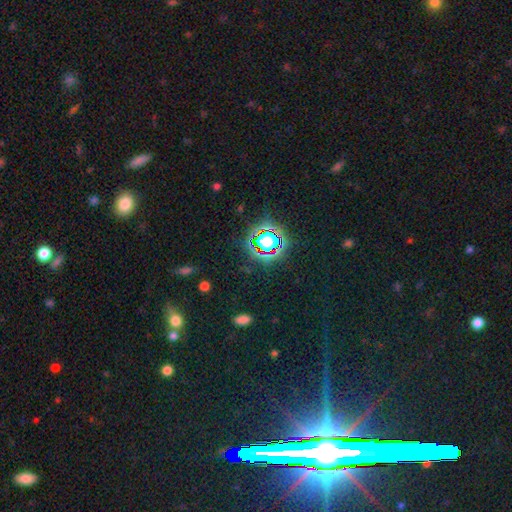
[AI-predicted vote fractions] Smooth or featured? Predicted: star or artifact (p=0.81).